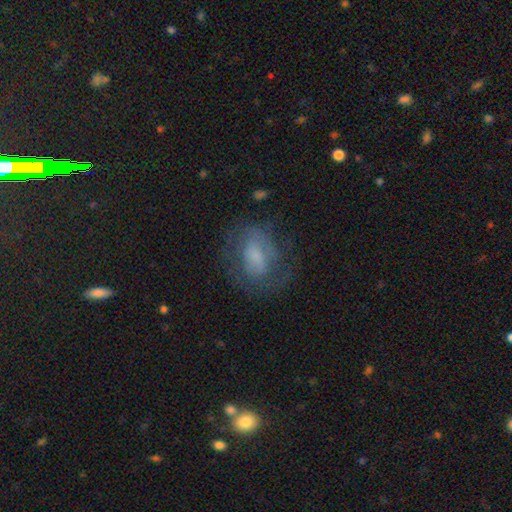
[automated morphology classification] This appears to be a smooth galaxy with no disk features (48%). Merging: none (57%).